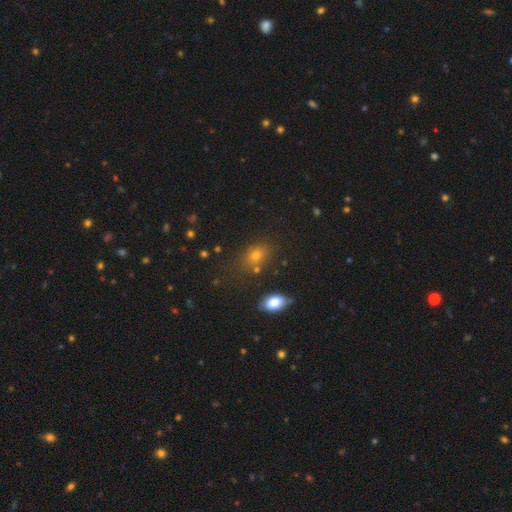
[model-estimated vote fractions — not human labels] Smooth or featured: smooth — 69% (star or artifact — 19%)
How rounded: in between — 67% (round — 30%)
Merging: none — 71% (minor disturbance — 14%)